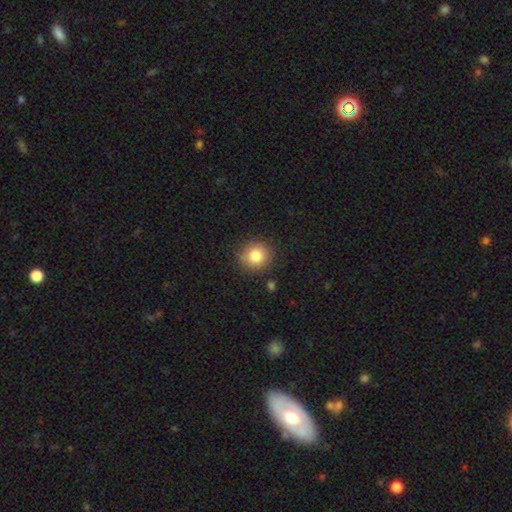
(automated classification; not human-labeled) Smooth or featured: smooth — 83% (star or artifact — 10%)
How rounded: round — 89% (in between — 10%)
Merging: none — 85% (minor disturbance — 10%)